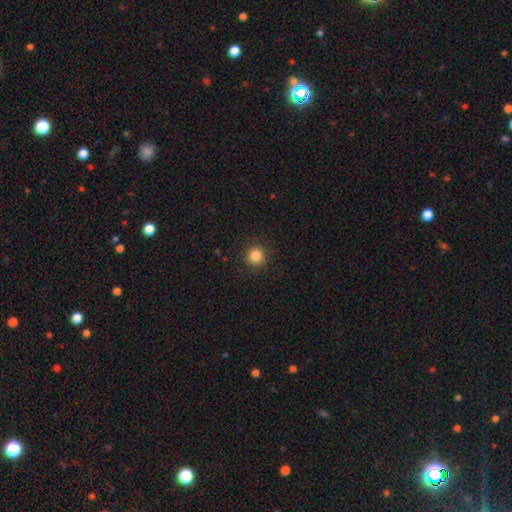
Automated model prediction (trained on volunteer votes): smooth_or_featured: smooth (p=0.85) [alt: star or artifact p=0.12]
how_rounded: round (p=0.94) [alt: in between p=0.05]
merging: none (p=0.90) [alt: minor disturbance p=0.06]